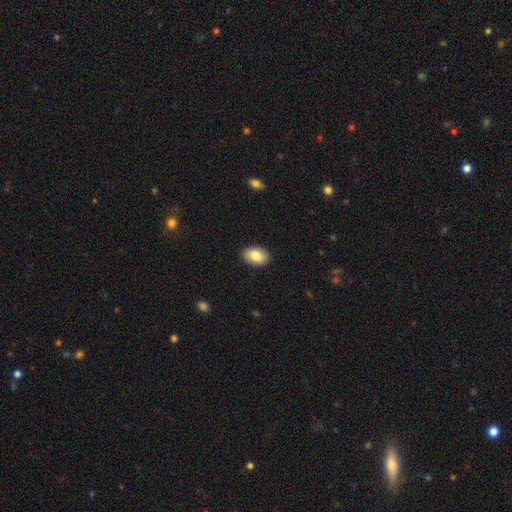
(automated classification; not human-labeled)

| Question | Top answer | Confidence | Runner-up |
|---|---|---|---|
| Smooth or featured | smooth | 86% | featured or disk (7%) |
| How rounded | in between | 89% | round (10%) |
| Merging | none | 90% | minor disturbance (8%) |